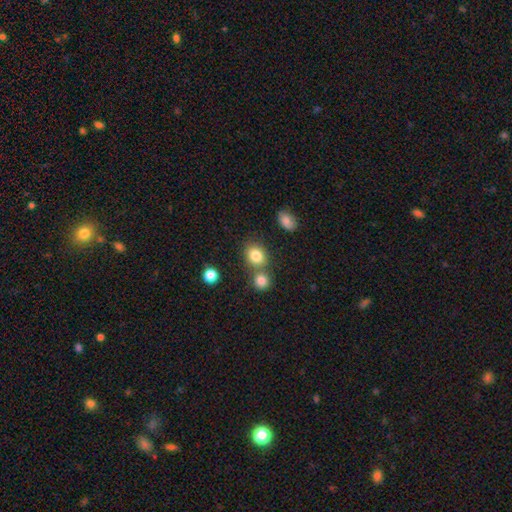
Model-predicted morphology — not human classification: Smooth or featured: smooth — 82% (star or artifact — 11%)
How rounded: round — 64% (in between — 35%)
Merging: none — 61% (merger — 27%)